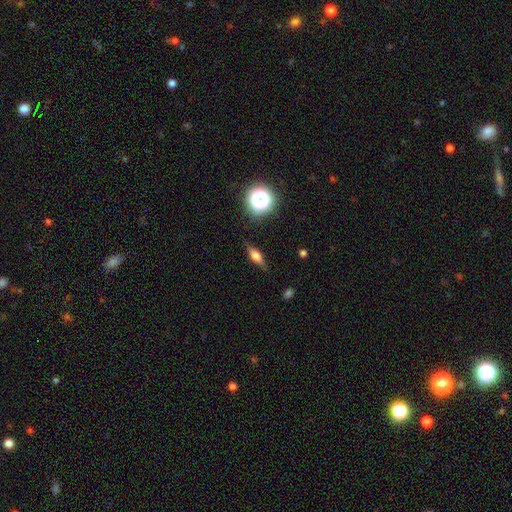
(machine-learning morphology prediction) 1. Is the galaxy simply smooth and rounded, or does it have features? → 52% smooth, 36% featured or disk, 12% star or artifact.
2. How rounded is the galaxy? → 51% in between, 39% cigar-shaped, 10% round.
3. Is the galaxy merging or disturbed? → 80% none, 14% minor disturbance, 4% major disturbance, 1% merger.